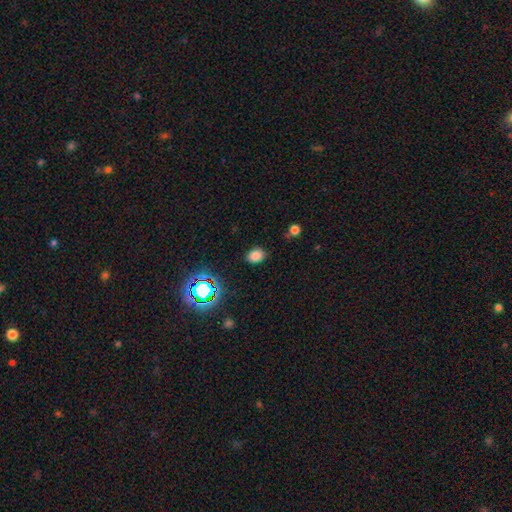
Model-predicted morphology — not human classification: Q: Smooth or featured?
A: smooth (77%); runner-up: star or artifact (18%)
Q: How rounded?
A: in between (66%); runner-up: round (33%)
Q: Merging?
A: none (83%); runner-up: minor disturbance (12%)